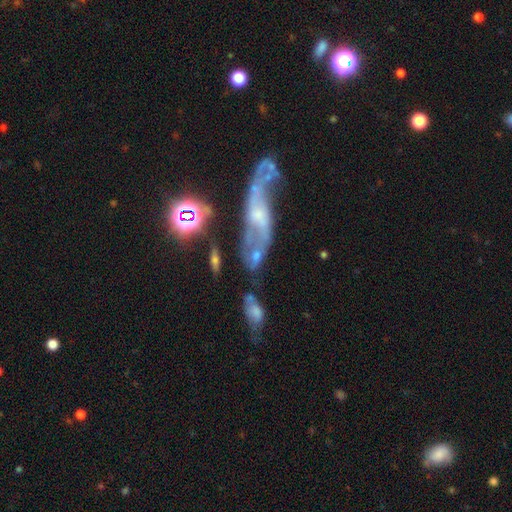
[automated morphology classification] This appears to be a featured or disk galaxy (45%). Merging: merger (36%).